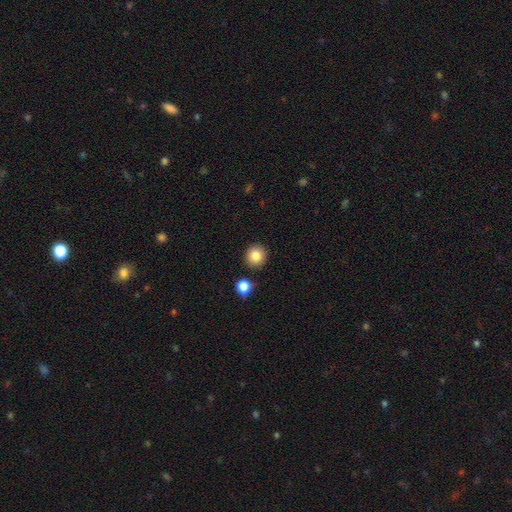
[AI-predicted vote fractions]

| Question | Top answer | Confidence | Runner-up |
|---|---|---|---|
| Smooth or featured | smooth | 85% | star or artifact (10%) |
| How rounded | round | 90% | in between (9%) |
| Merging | none | 88% | minor disturbance (6%) |